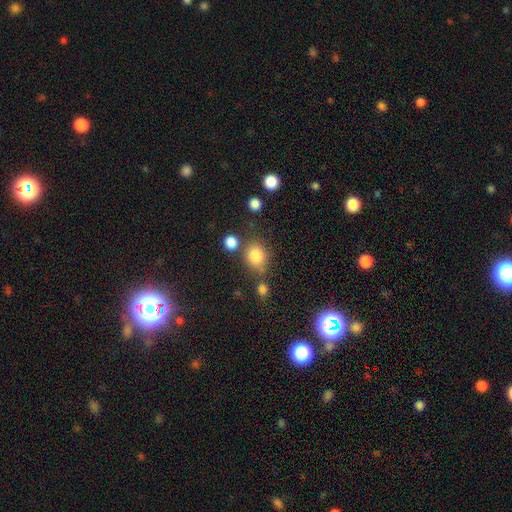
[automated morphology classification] Overall: smooth (82%). How rounded: round (66%; in between 33%). Merging: none (65%).